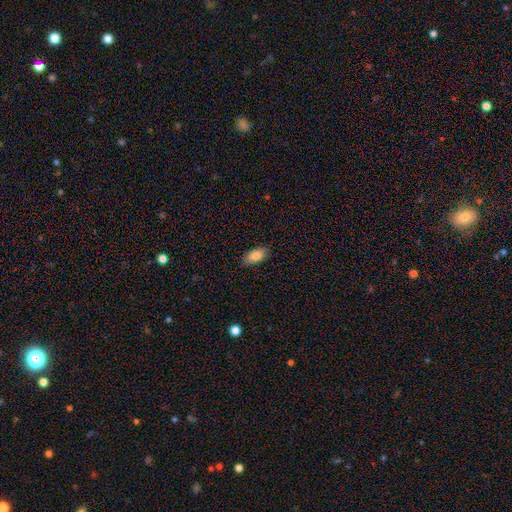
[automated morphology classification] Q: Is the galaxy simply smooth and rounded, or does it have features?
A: smooth — 82%.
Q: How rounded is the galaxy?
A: in between — 91%.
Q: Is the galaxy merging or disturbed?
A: none — 87%.